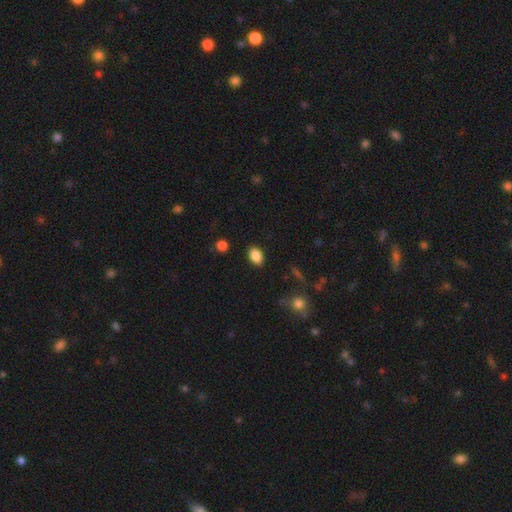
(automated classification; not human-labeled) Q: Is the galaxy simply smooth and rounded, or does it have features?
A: smooth — 87%.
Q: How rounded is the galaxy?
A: in between — 80%.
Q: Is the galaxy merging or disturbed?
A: none — 87%.